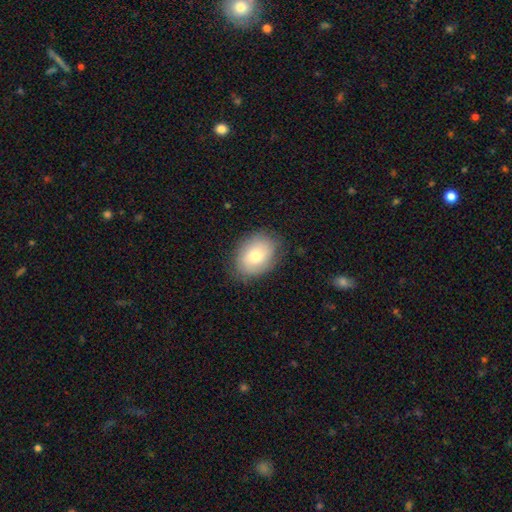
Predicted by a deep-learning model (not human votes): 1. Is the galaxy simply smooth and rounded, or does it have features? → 71% smooth, 21% featured or disk, 8% star or artifact.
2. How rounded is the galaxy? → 72% in between, 27% round, 1% cigar-shaped.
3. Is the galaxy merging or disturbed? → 80% none, 15% minor disturbance, 4% major disturbance, 1% merger.